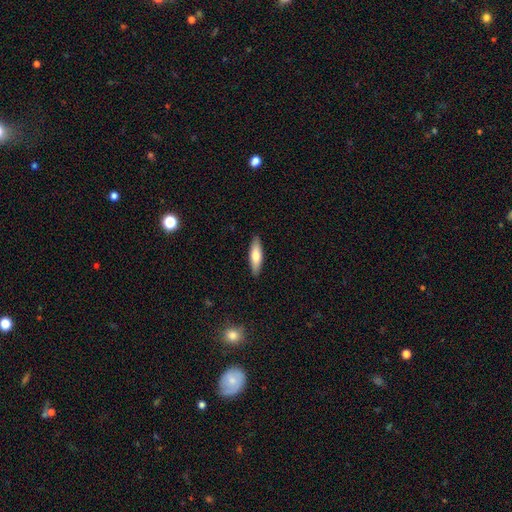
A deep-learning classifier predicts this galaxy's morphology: Smooth or featured? smooth (70%)
How rounded? cigar-shaped (56%)
Merging? none (89%)